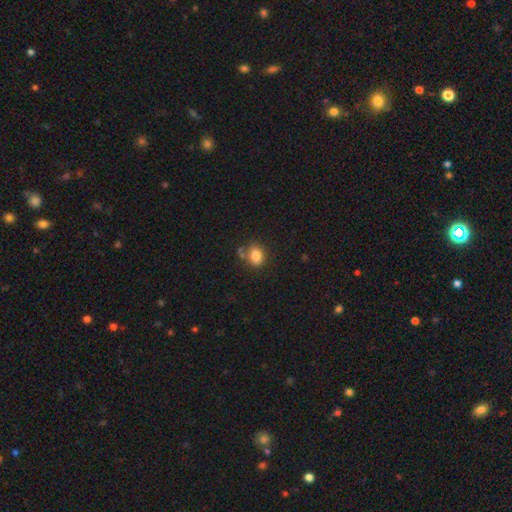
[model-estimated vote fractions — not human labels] This is clearly a smooth galaxy (83%). How rounded: possibly in between (57%). Merging: likely none (68%).